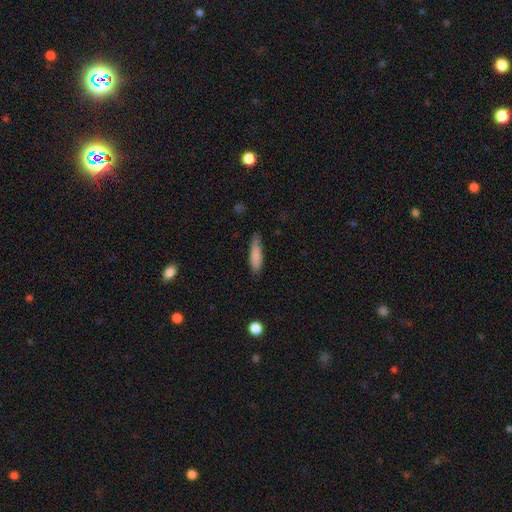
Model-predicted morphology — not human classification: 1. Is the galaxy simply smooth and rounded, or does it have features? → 84% smooth, 10% featured or disk, 6% star or artifact.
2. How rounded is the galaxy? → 67% cigar-shaped, 32% in between, 2% round.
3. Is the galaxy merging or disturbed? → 73% none, 22% minor disturbance, 4% major disturbance, 2% merger.